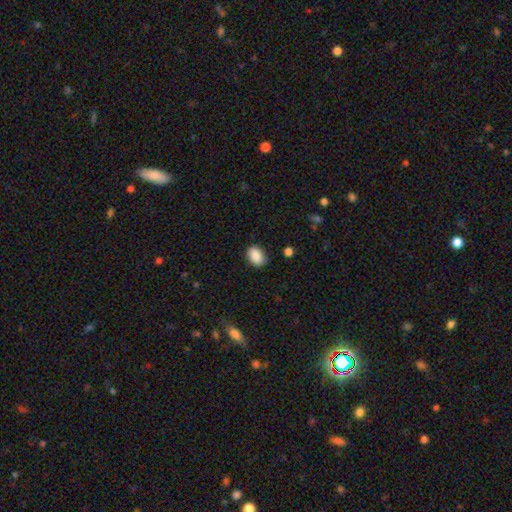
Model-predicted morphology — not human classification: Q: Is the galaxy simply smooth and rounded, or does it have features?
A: smooth — 88%.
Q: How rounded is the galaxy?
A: in between — 81%.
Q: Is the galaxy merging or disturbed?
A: none — 83%.